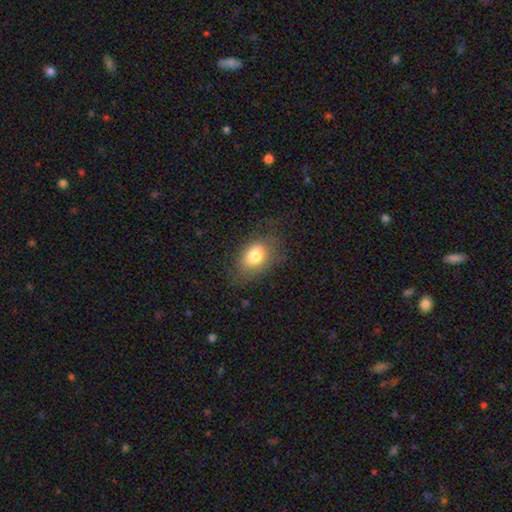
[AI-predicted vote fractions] Smooth or featured?
  - smooth: 79% *
  - featured or disk: 11%
  - star or artifact: 10%
How rounded?
  - in between: 75% *
  - round: 24%
  - cigar-shaped: 1%
Merging?
  - none: 74% *
  - minor disturbance: 17%
  - major disturbance: 8%
  - merger: 1%